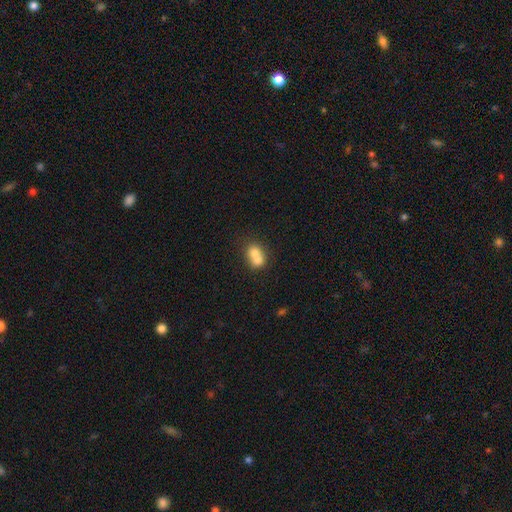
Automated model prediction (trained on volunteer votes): smooth_or_featured: smooth (p=0.69) [alt: featured or disk p=0.21]
how_rounded: round (p=0.50) [alt: in between p=0.49]
merging: merger (p=0.67) [alt: none p=0.23]